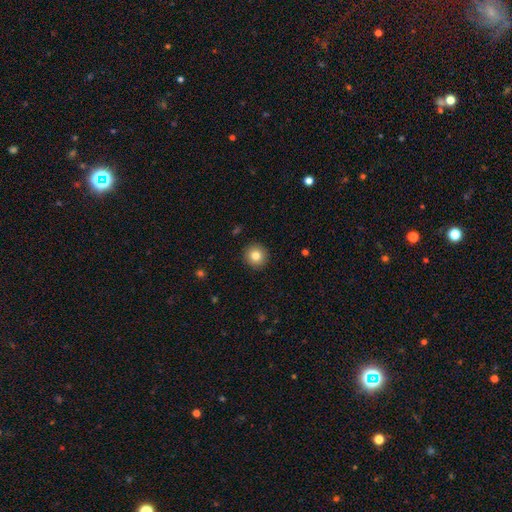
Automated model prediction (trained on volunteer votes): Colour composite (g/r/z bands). It shows a smooth galaxy with no disk features (83%) that is round (95%). Merging: none (92%).